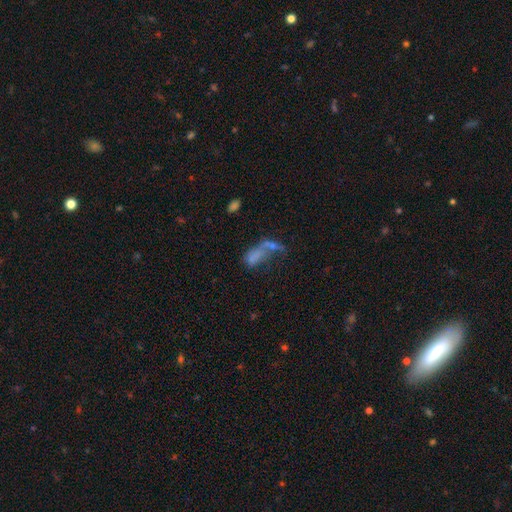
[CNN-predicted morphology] A smooth galaxy with no disk features (57%) that is in between round and cigar-shaped (81%).

Vote fractions:
- Smooth or featured? smooth: 57% / featured or disk: 28% / star or artifact: 15%
- How rounded? in between: 81% / cigar-shaped: 12% / round: 7%
- Merging? merger: 43% / major disturbance: 29% / none: 17% / minor disturbance: 11%